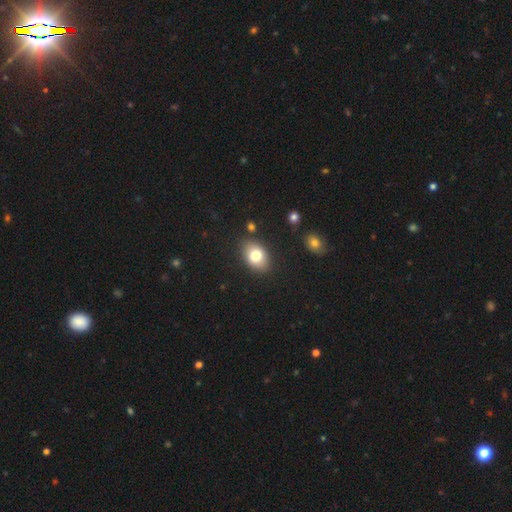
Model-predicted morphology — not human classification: type=smooth (79%); roundness=in between (79%); merging=none (84%).